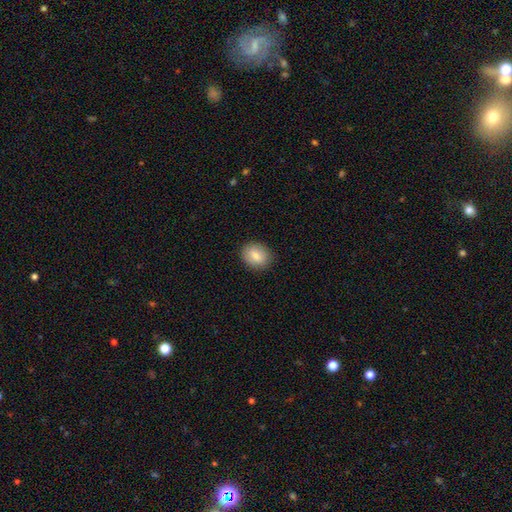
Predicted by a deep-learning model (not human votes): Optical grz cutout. It shows a smooth galaxy with no disk features (82%) that is round (50%). Merging: none (88%).